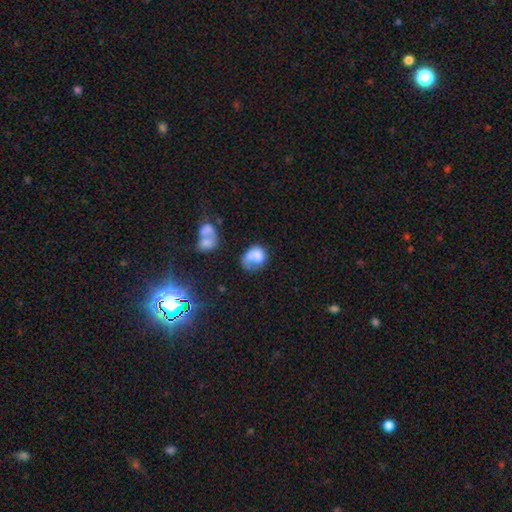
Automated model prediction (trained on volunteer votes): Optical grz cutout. It shows a smooth galaxy with no disk features (63%) that is in between round and cigar-shaped (58%). Merging: major disturbance (30%).